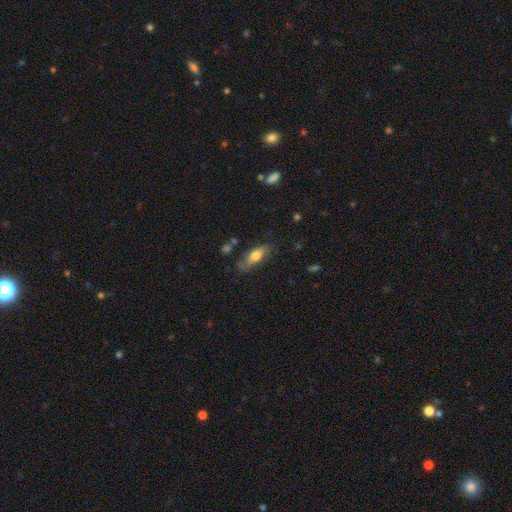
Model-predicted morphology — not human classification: A smooth galaxy with no disk features (61%) that is in between round and cigar-shaped (70%). Merging: none (62%).